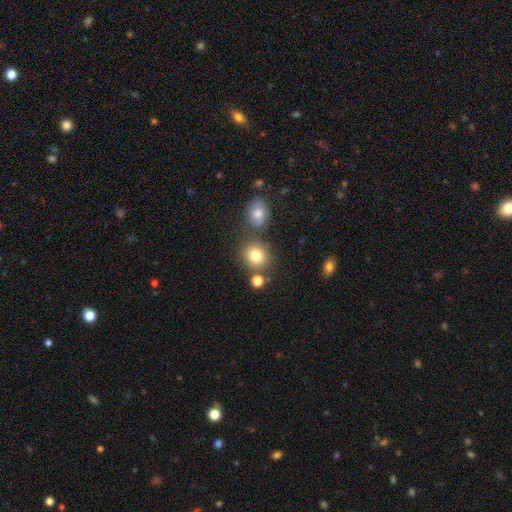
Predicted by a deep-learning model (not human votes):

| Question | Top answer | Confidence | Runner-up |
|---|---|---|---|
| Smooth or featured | smooth | 79% | star or artifact (13%) |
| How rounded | round | 77% | in between (22%) |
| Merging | none | 71% | merger (14%) |